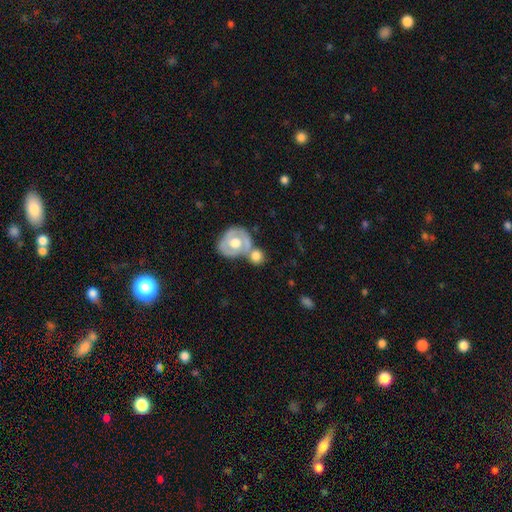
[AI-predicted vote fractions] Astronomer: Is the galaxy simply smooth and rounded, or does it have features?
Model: smooth — 57% (runner-up: featured or disk, 36%).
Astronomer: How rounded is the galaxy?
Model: round — 71%.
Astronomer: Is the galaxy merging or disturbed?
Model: merger — 48% (runner-up: none, 35%).